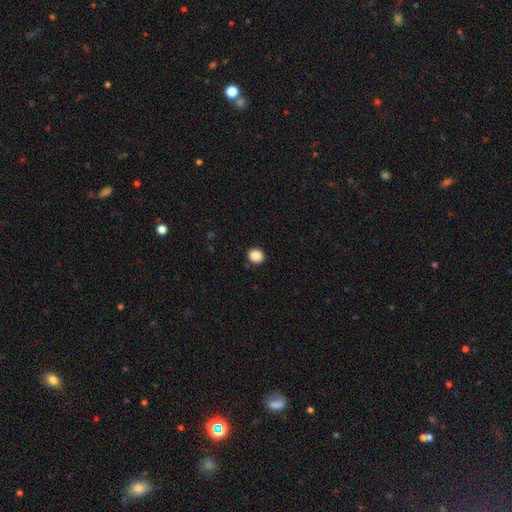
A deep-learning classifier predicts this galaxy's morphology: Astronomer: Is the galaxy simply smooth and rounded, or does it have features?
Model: smooth — 88%.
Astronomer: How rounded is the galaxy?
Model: round — 68%.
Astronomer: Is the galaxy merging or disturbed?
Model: none — 90%.